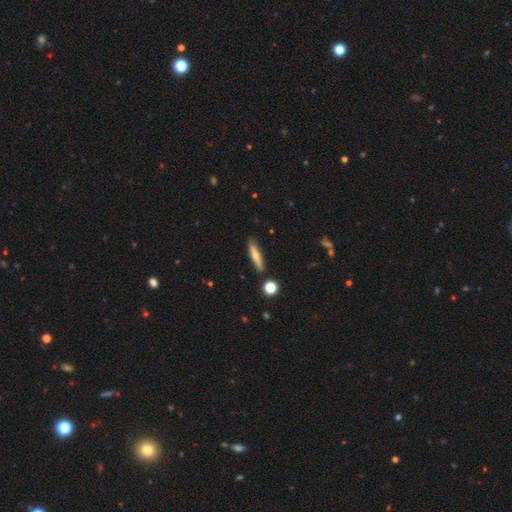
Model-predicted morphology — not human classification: Overall: smooth (62%; featured or disk 31%). How rounded: cigar-shaped (84%). Merging: none (86%).